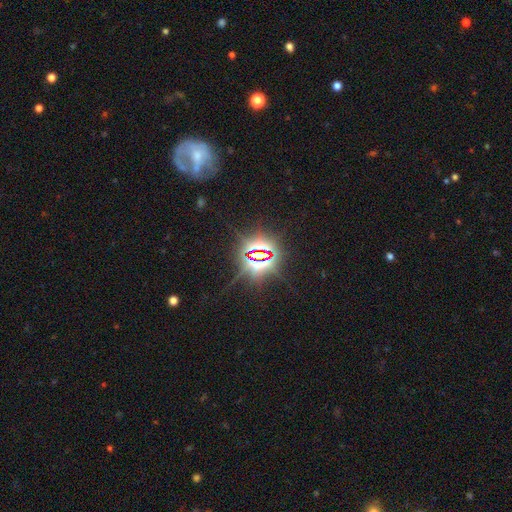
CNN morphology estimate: Overall: star or artifact (83%).